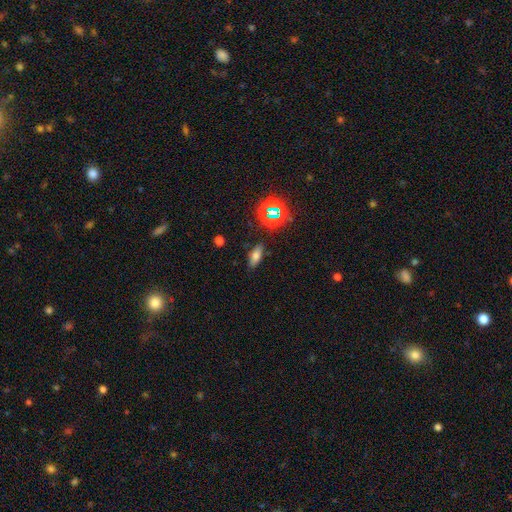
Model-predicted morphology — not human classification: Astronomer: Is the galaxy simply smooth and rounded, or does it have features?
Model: smooth — 65%.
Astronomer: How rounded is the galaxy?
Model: in between — 72%.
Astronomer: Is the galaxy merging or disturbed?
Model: none — 84%.